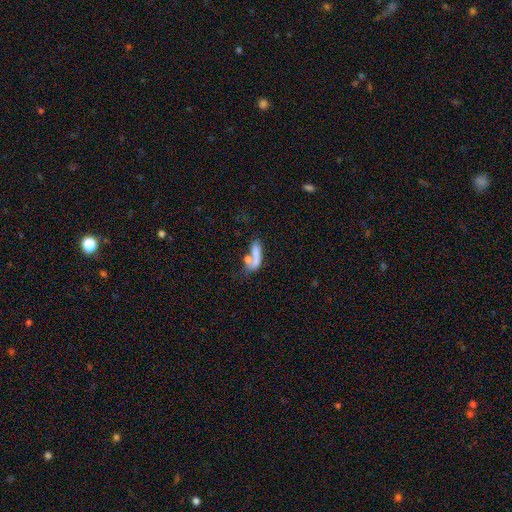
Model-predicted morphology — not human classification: smooth-or-featured: smooth: 67% | featured or disk: 23% | star or artifact: 10%
  how-rounded: in between: 54% | cigar-shaped: 39% | round: 6%
  merging: merger: 48% | none: 27% | major disturbance: 13% | minor disturbance: 13%